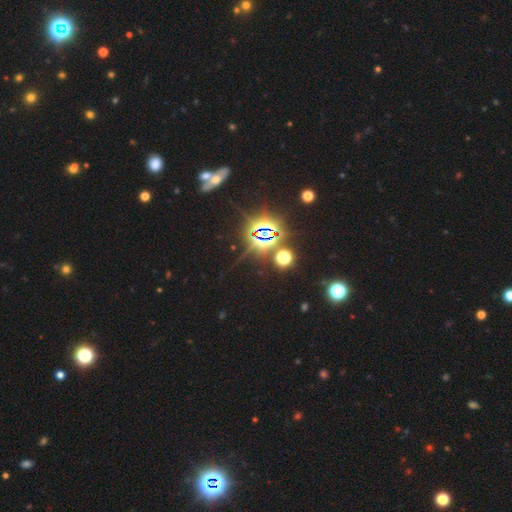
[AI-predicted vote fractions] Overall: star or artifact (80%).